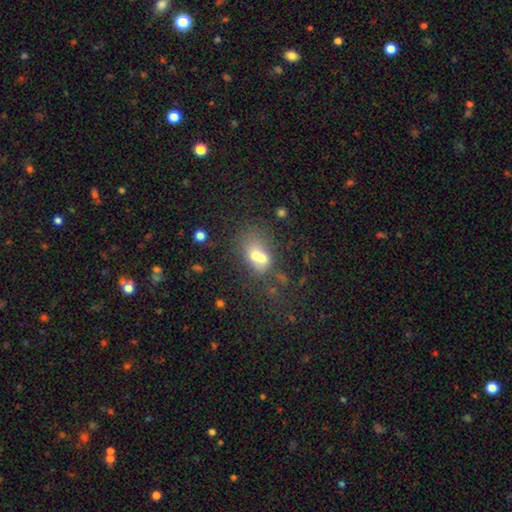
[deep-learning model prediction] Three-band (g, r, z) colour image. It shows a smooth galaxy with no disk features (59%) that is in between round and cigar-shaped (58%). Merging: merger (62%).